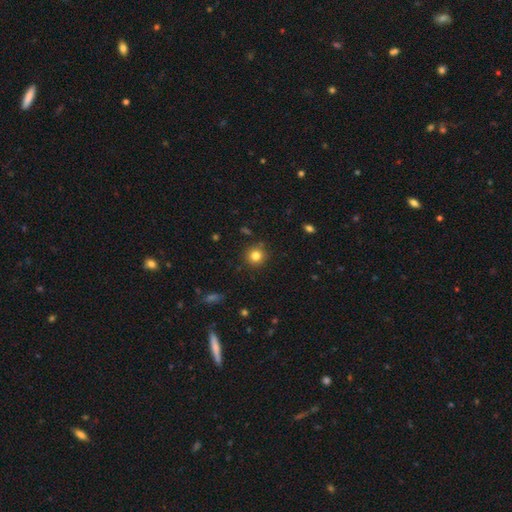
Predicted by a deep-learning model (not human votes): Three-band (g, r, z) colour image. It shows a smooth galaxy with no disk features (81%) that is round (93%). Merging: none (88%).